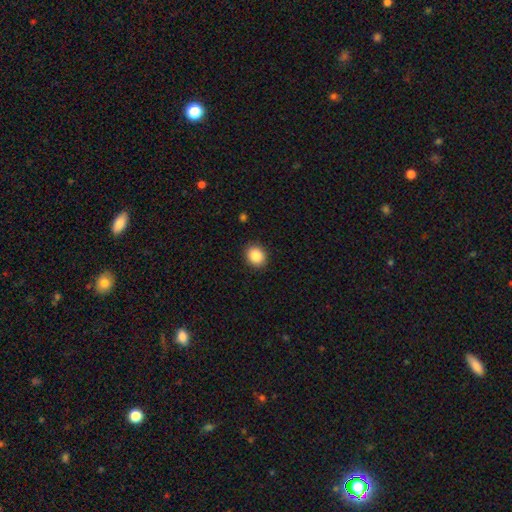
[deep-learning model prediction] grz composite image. It shows a smooth galaxy with no disk features (87%) that is round (61%). Merging: none (89%).